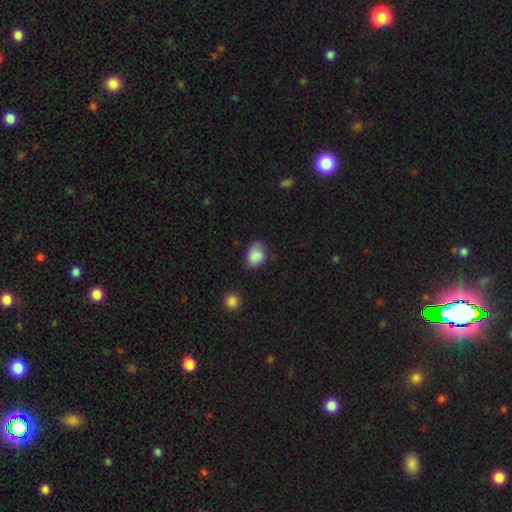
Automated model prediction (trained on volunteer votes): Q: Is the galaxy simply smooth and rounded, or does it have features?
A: smooth — 85%.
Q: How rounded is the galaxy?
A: in between — 68%.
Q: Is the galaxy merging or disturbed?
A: none — 62%.